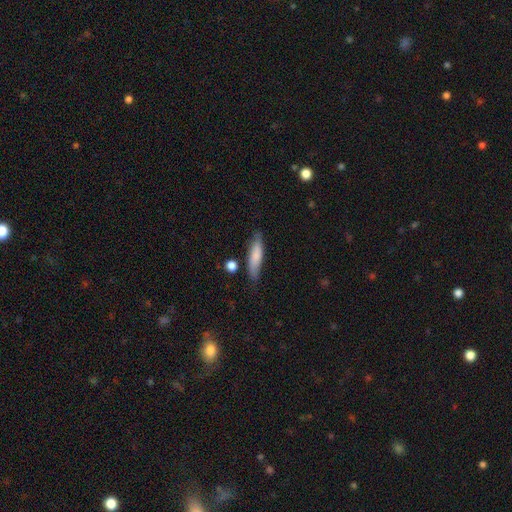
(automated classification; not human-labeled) Q: Smooth or featured?
A: smooth (77%); runner-up: featured or disk (17%)
Q: How rounded?
A: cigar-shaped (69%); runner-up: in between (29%)
Q: Merging?
A: none (76%); runner-up: minor disturbance (17%)